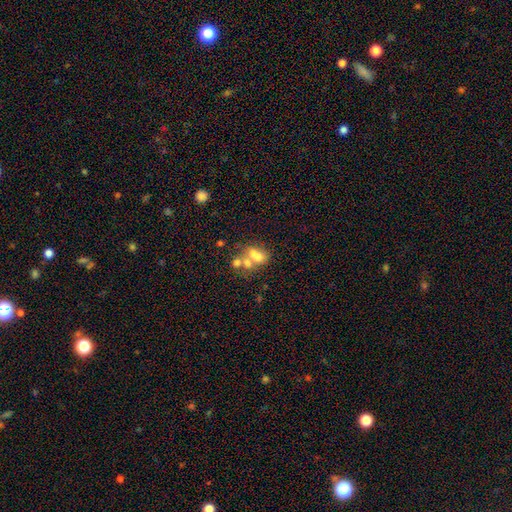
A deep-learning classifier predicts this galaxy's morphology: smooth 54%, featured or disk 31%, star or artifact 15%. Down the decision tree: how rounded — in between (65%); merging — merger (57%).